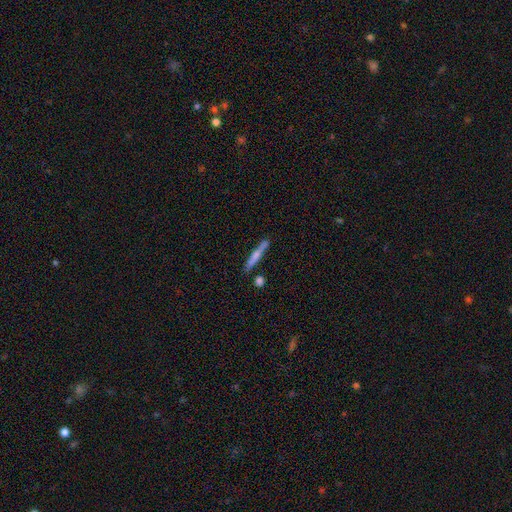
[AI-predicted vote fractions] Smooth or featured? Predicted: smooth (p=0.56). How rounded? Predicted: cigar-shaped (p=0.93). Merging? Predicted: none (p=0.77).